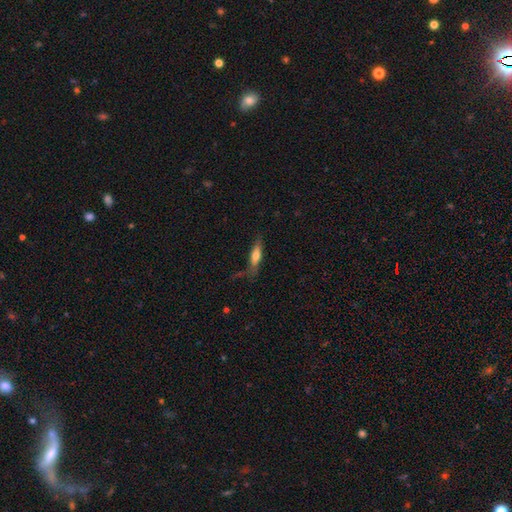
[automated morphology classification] A smooth galaxy with no disk features (58%) that is cigar-shaped (65%).

Vote fractions:
- Smooth or featured? smooth: 58% / featured or disk: 35% / star or artifact: 7%
- How rounded? cigar-shaped: 65% / in between: 32% / round: 2%
- Merging? none: 59% / minor disturbance: 25% / major disturbance: 12% / merger: 4%